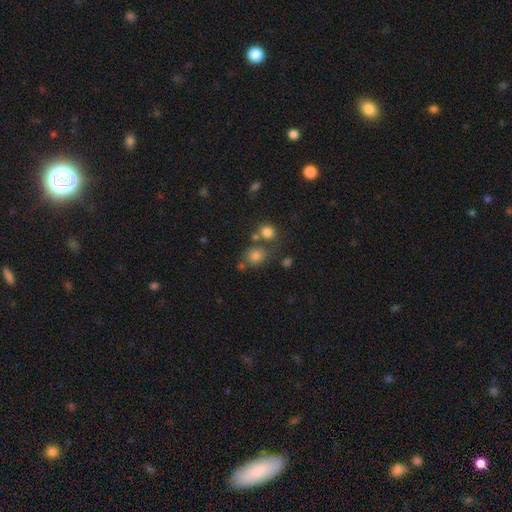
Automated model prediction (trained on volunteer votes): Smooth or featured?
  - smooth: 77% *
  - star or artifact: 14%
  - featured or disk: 9%
How rounded?
  - round: 70% *
  - in between: 29%
  - cigar-shaped: 1%
Merging?
  - none: 61% *
  - merger: 20%
  - minor disturbance: 13%
  - major disturbance: 6%